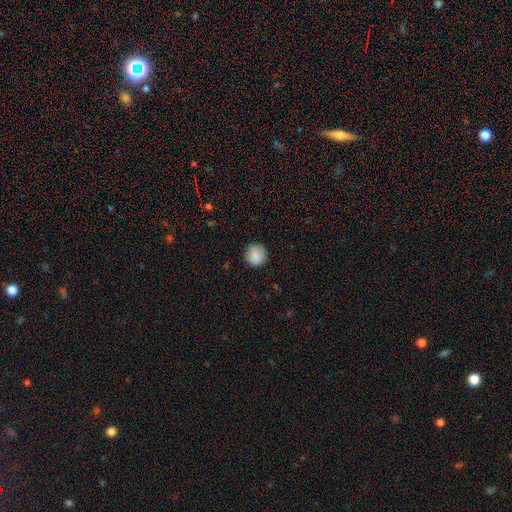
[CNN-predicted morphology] smooth-or-featured: smooth: 88% | star or artifact: 8% | featured or disk: 5%
  how-rounded: round: 95% | in between: 4% | cigar-shaped: 1%
  merging: none: 89% | minor disturbance: 8% | major disturbance: 2% | merger: 1%